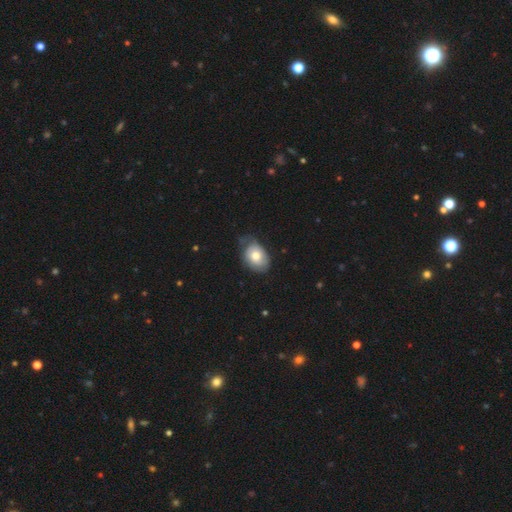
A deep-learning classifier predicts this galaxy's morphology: smooth 64%, featured or disk 29%, star or artifact 7%. Down the decision tree: how rounded — in between (72%); merging — none (52%).